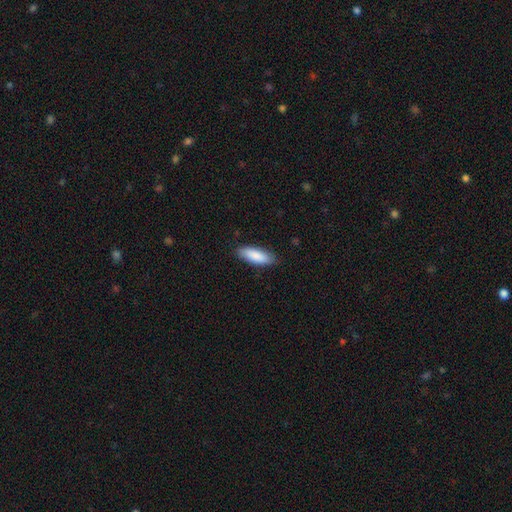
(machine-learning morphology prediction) type=smooth (87%); roundness=in between (65%); merging=none (86%).